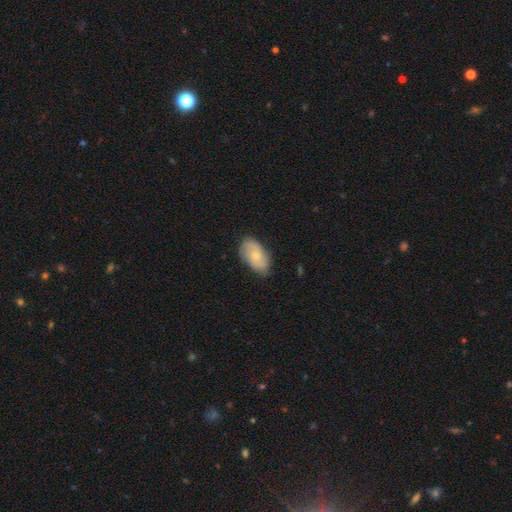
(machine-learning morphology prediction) A smooth galaxy with no disk features (54%) that is in between round and cigar-shaped (92%).

Vote fractions:
- Smooth or featured? smooth: 54% / featured or disk: 39% / star or artifact: 6%
- How rounded? in between: 92% / round: 5% / cigar-shaped: 3%
- Merging? none: 76% / minor disturbance: 19% / major disturbance: 3% / merger: 1%